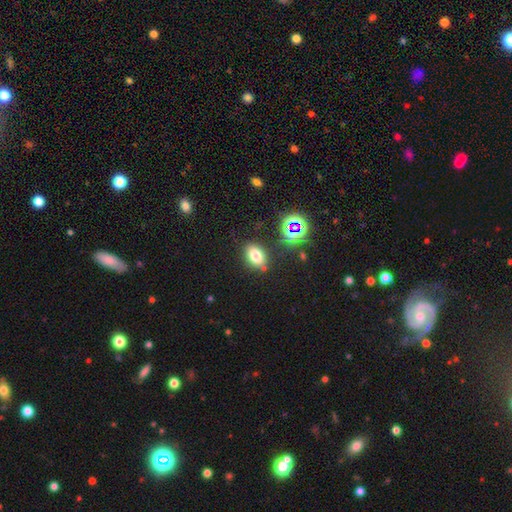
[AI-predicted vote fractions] A smooth galaxy with no disk features (71%) that is in between round and cigar-shaped (78%).

Vote fractions:
- Smooth or featured? smooth: 71% / star or artifact: 19% / featured or disk: 10%
- How rounded? in between: 78% / round: 20% / cigar-shaped: 2%
- Merging? none: 79% / minor disturbance: 12% / merger: 5% / major disturbance: 4%